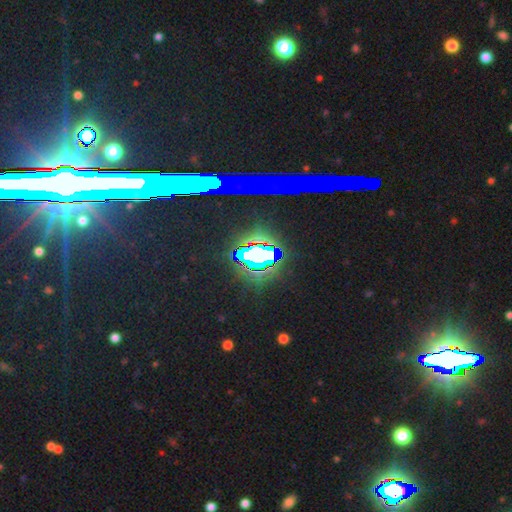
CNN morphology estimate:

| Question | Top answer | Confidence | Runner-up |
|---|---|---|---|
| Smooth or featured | star or artifact | 70% | smooth (19%) |